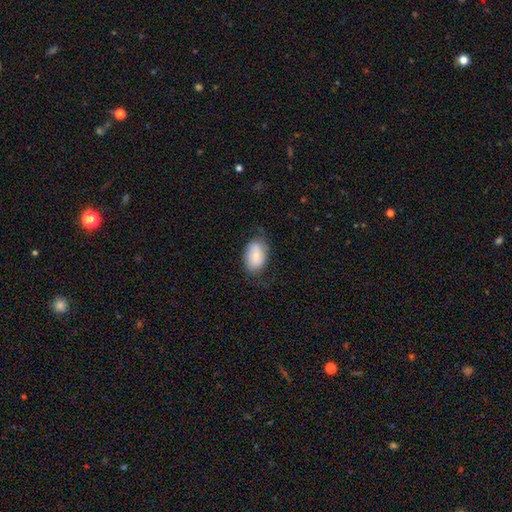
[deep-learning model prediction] smooth 68%, featured or disk 25%, star or artifact 7%. Down the decision tree: how rounded — in between (87%); merging — none (59%).